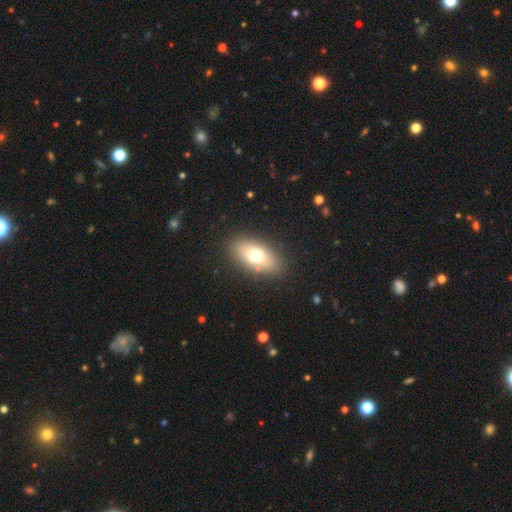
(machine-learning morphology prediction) This appears to be a smooth galaxy with no disk features (68%) that is in between round and cigar-shaped (85%). Merging: none (85%).